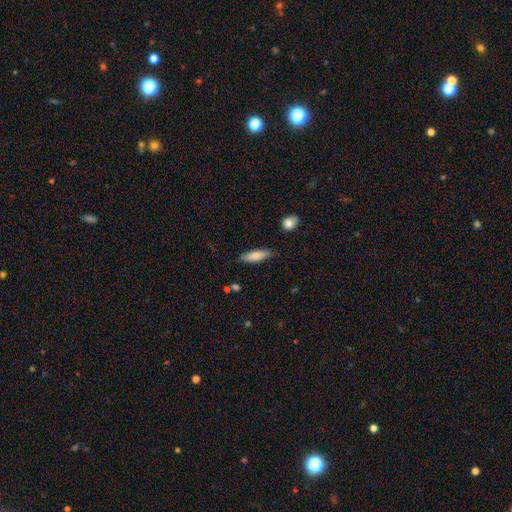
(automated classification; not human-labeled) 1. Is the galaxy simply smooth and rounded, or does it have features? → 81% smooth, 12% featured or disk, 6% star or artifact.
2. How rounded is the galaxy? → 51% cigar-shaped, 47% in between, 2% round.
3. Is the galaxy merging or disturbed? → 81% none, 14% minor disturbance, 3% major disturbance, 2% merger.